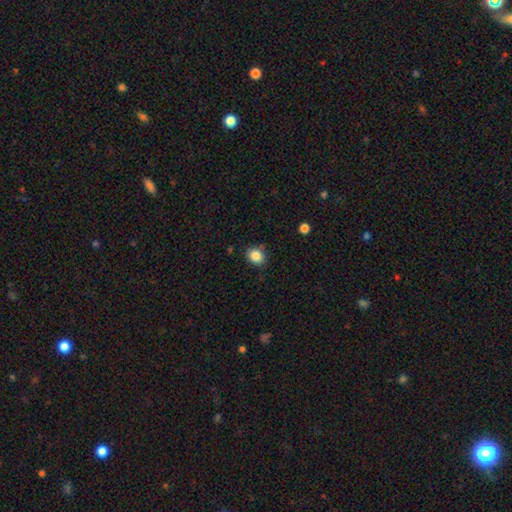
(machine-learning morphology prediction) Smooth or featured: smooth — 86% (star or artifact — 10%)
How rounded: round — 54% (in between — 45%)
Merging: none — 82% (minor disturbance — 13%)